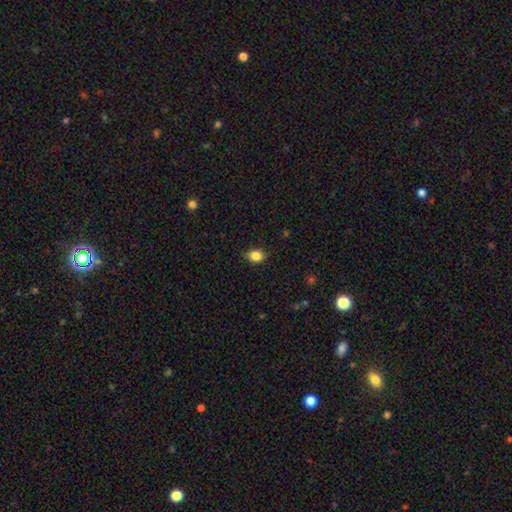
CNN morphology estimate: type=smooth (84%); roundness=in between (53%); merging=none (80%).